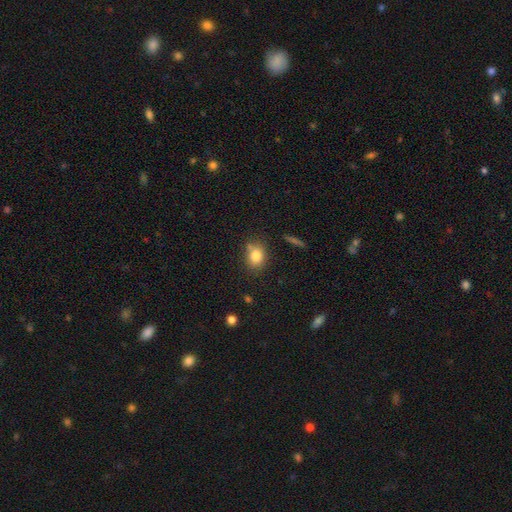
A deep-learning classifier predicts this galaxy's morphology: Smooth or featured: smooth — 82% (star or artifact — 10%)
How rounded: in between — 52% (round — 47%)
Merging: none — 72% (minor disturbance — 17%)